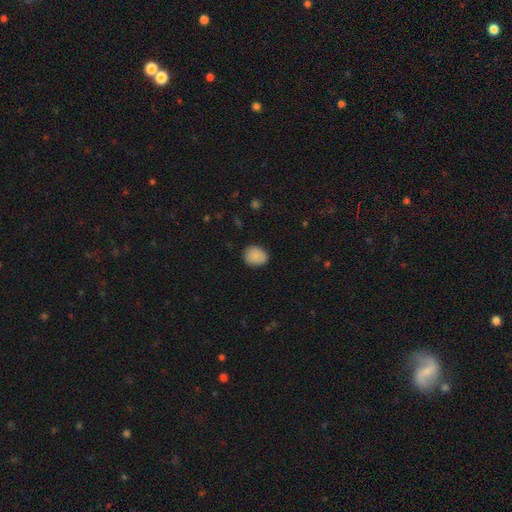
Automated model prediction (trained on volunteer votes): Morphology: type=smooth (87%); roundness=round (55%); merging=none (81%).